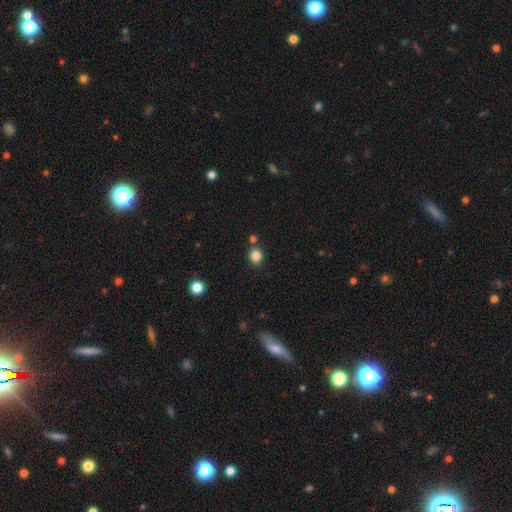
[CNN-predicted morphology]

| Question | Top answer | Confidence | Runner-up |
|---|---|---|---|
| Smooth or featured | smooth | 83% | star or artifact (12%) |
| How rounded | round | 70% | in between (29%) |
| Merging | none | 78% | minor disturbance (10%) |